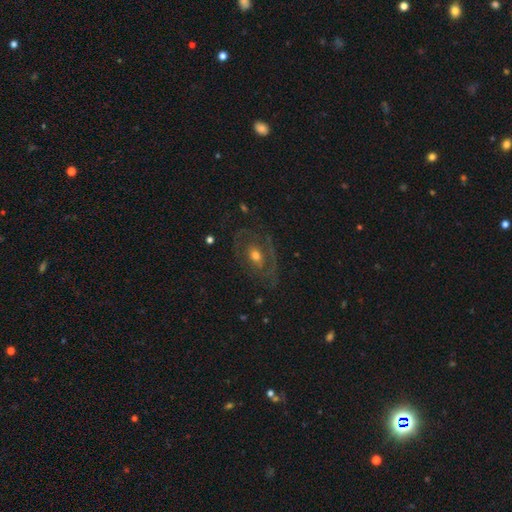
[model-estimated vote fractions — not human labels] A featured or disk galaxy (67%) with no bar (71%), spiral arms (56%) and a moderate central bulge (68%). Merging: none (67%).